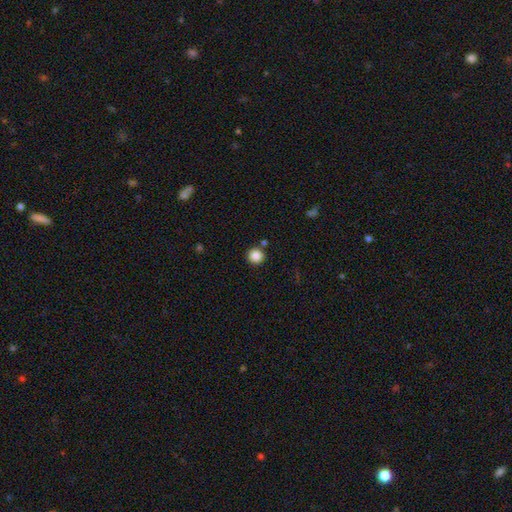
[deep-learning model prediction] This appears to be a smooth galaxy with no disk features (87%) that is round (94%). Merging: none (87%).